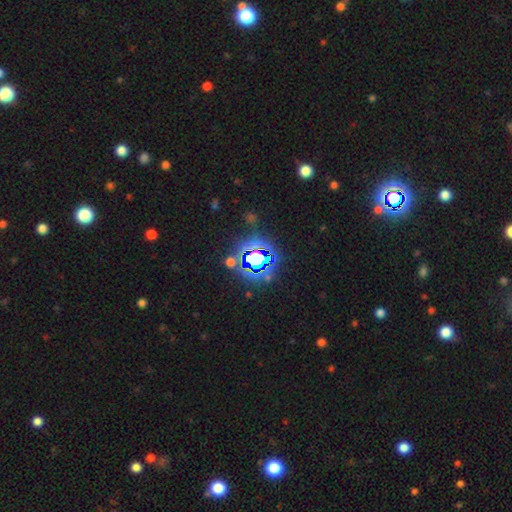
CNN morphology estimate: smooth-or-featured: star or artifact: 76% | smooth: 15% | featured or disk: 9%